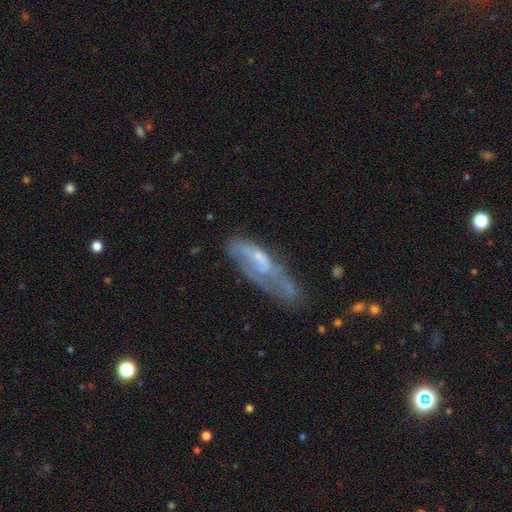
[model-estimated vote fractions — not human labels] smooth_or_featured: featured or disk (p=0.54) [alt: smooth p=0.34]
disk_edge_on: no (p=0.71) [alt: yes p=0.29]
merging: none (p=0.48) [alt: minor disturbance p=0.27]